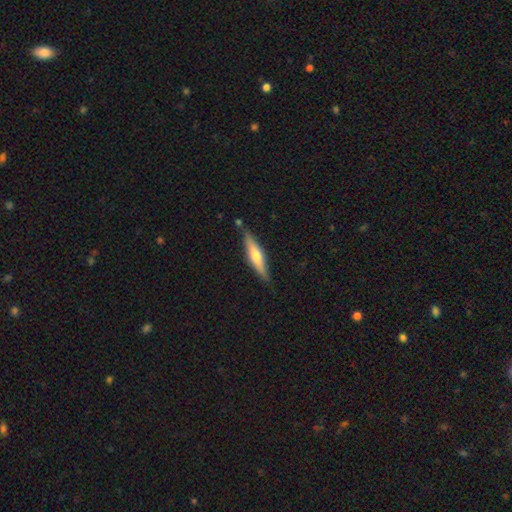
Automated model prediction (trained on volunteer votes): This is possibly a featured or disk galaxy (50%). It is clearly viewed edge-on (94%). Merging: clearly none (82%).